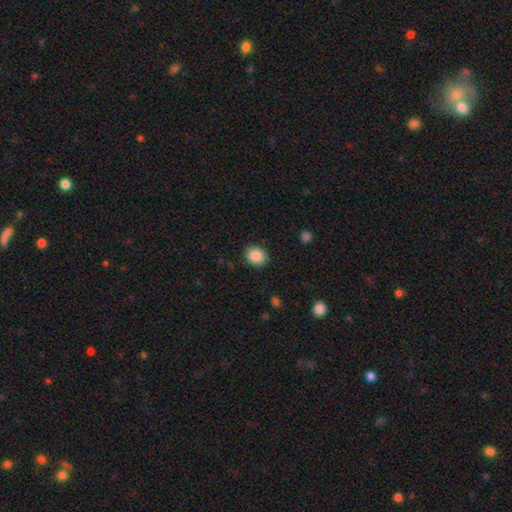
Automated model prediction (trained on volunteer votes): smooth 88%, star or artifact 8%, featured or disk 4%. Down the decision tree: how rounded — round (64%); merging — none (88%).